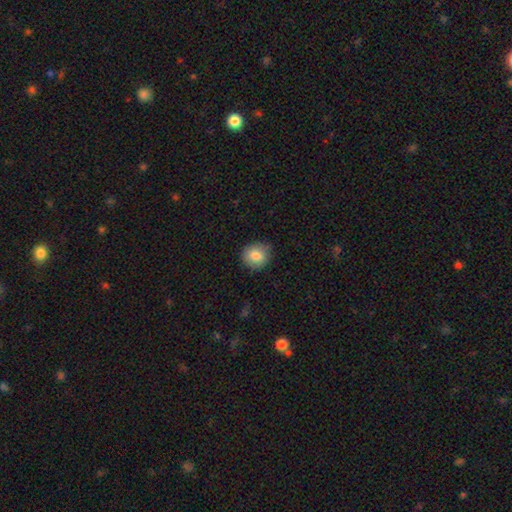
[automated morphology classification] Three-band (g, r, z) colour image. It shows a smooth galaxy with no disk features (83%) that is round (84%). Merging: none (81%).